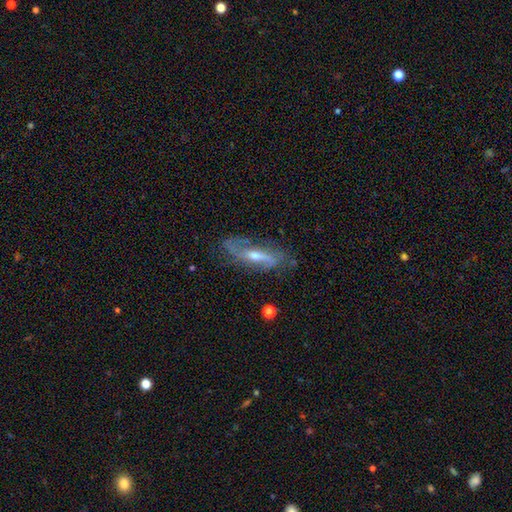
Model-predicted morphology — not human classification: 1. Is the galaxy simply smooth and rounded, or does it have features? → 81% featured or disk, 12% smooth, 7% star or artifact.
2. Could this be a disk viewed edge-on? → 78% no, 22% yes.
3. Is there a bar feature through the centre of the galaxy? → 38% weak, 34% strong, 28% no.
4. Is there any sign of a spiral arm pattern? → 91% yes, 9% no.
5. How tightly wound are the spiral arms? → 47% loose, 35% medium, 18% tight.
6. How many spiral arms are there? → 83% 2, 9% can't tell, 5% 1, 1% 3, 1% 4, 1% more than 4.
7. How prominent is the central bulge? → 58% moderate, 37% small, 3% large, 2% none, 1% dominant.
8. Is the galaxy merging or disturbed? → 72% none, 19% minor disturbance, 7% major disturbance, 2% merger.